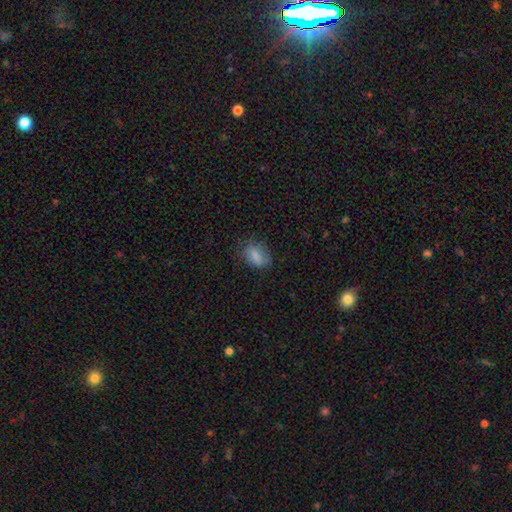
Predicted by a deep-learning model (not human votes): Smooth or featured? smooth (81%)
How rounded? in between (82%)
Merging? none (70%)